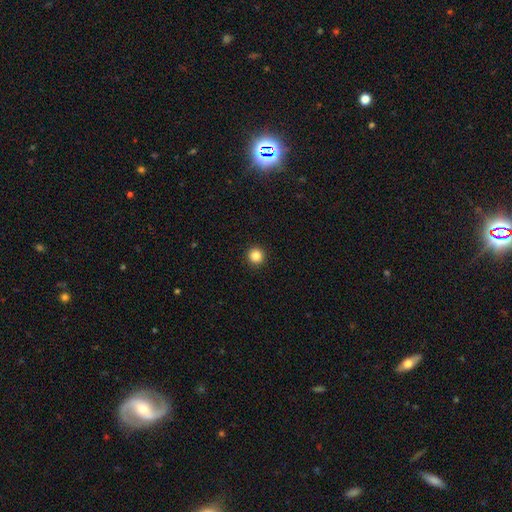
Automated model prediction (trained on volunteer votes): This is clearly a smooth galaxy (85%). How rounded: clearly round (96%). Merging: clearly none (94%).